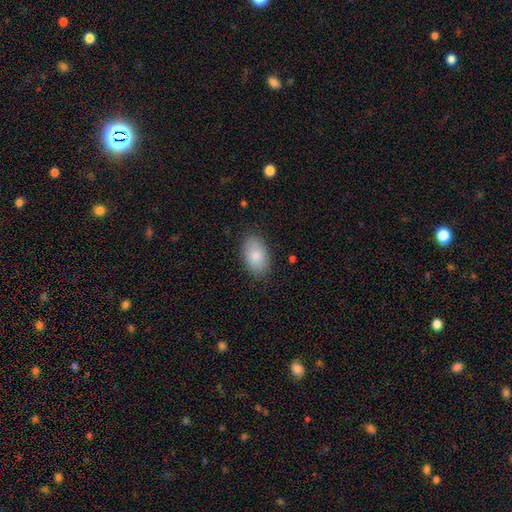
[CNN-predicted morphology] A smooth galaxy with no disk features (85%) that is in between round and cigar-shaped (92%). Merging: none (83%).